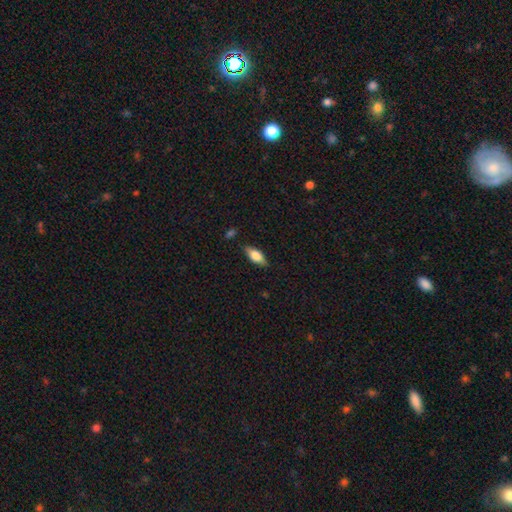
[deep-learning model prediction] This appears to be a smooth galaxy with no disk features (66%) that is in between round and cigar-shaped (74%). Merging: none (84%).